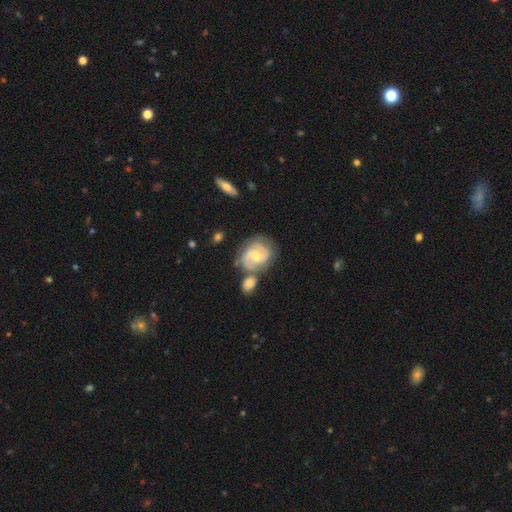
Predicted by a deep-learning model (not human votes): Smooth or featured? Predicted: featured or disk (p=0.78). Edge-on disk? Predicted: no (p=0.98). Bar? Predicted: no (p=0.52). Spiral arms? Predicted: yes (p=0.93). Spiral winding? Predicted: medium (p=0.44, tied with tight). Spiral arm count? Predicted: 2 (p=0.72). Bulge size? Predicted: moderate (p=0.48). Merging? Predicted: none (p=0.48).